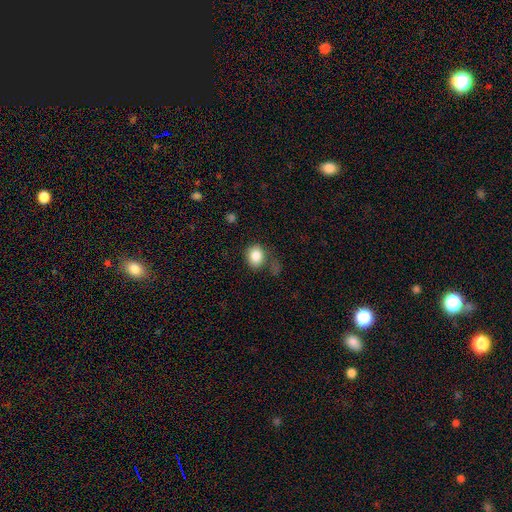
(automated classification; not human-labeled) Q: Smooth or featured?
A: smooth (85%); runner-up: star or artifact (9%)
Q: How rounded?
A: round (57%); runner-up: in between (42%)
Q: Merging?
A: none (62%); runner-up: minor disturbance (21%)